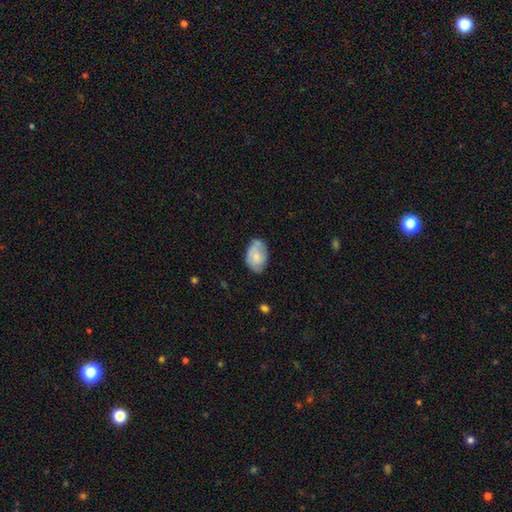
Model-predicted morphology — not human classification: smooth 65%, featured or disk 28%, star or artifact 7%. Down the decision tree: how rounded — in between (87%); merging — none (55%).